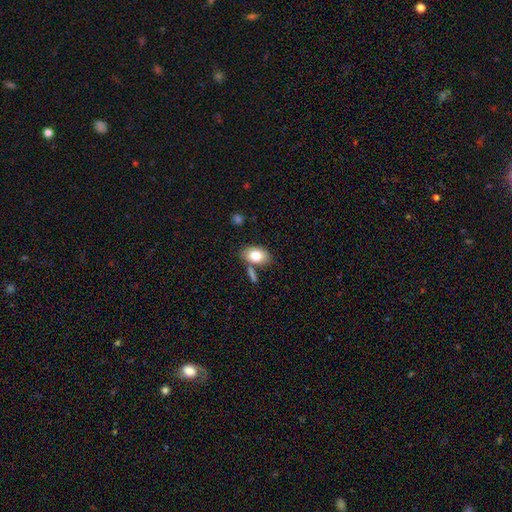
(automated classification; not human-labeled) Smooth or featured? Predicted: smooth (p=0.79). How rounded? Predicted: in between (p=0.86). Merging? Predicted: none (p=0.68).